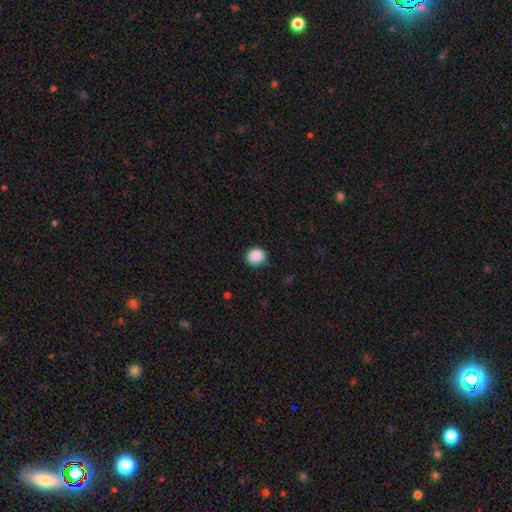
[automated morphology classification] Smooth or featured? smooth (89%)
How rounded? round (80%)
Merging? none (85%)